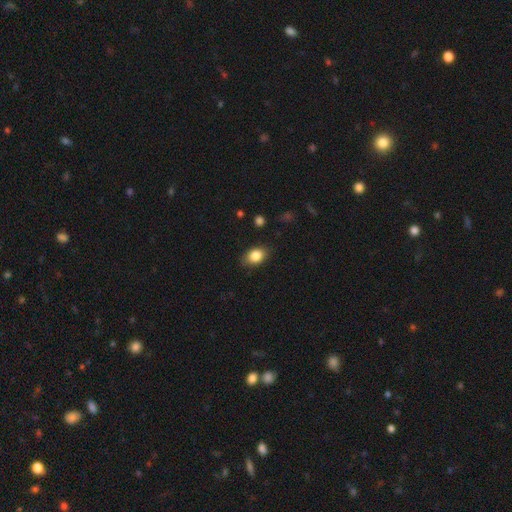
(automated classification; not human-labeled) Overall: smooth (84%). How rounded: in between (79%). Merging: none (82%).